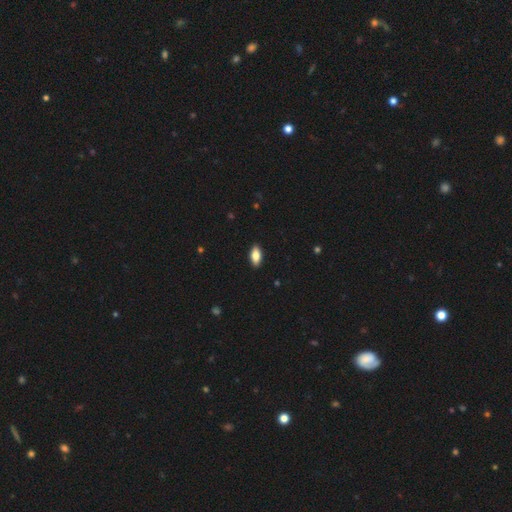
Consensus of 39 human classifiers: smooth 74%, featured or disk 23%, star or artifact 3%. Down the decision tree: how rounded — in between (86%); merging — none (95%).